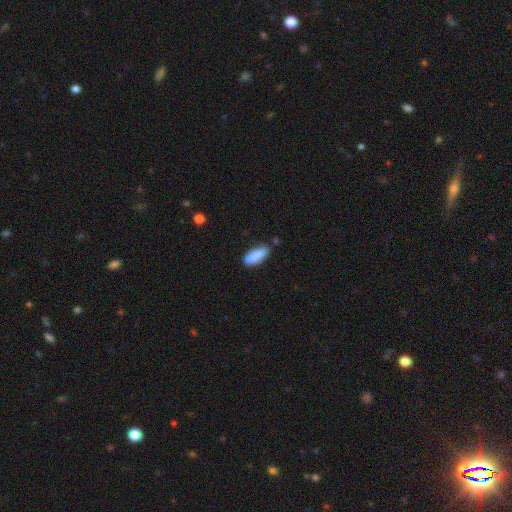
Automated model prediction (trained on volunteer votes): Q: Smooth or featured?
A: smooth (85%); runner-up: featured or disk (8%)
Q: How rounded?
A: in between (72%); runner-up: cigar-shaped (26%)
Q: Merging?
A: none (71%); runner-up: minor disturbance (21%)